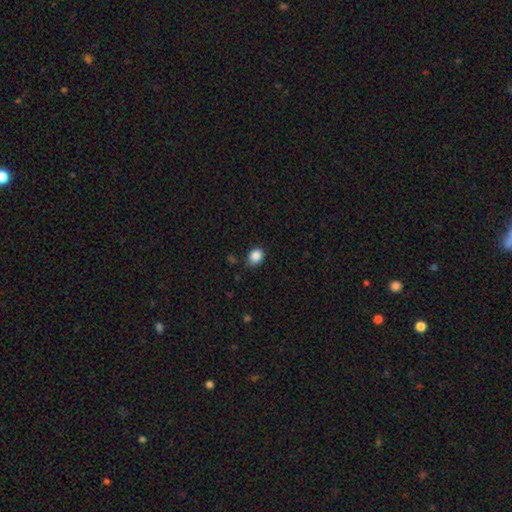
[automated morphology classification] This is clearly a smooth galaxy (87%). How rounded: possibly in between (54%). Merging: likely none (79%).